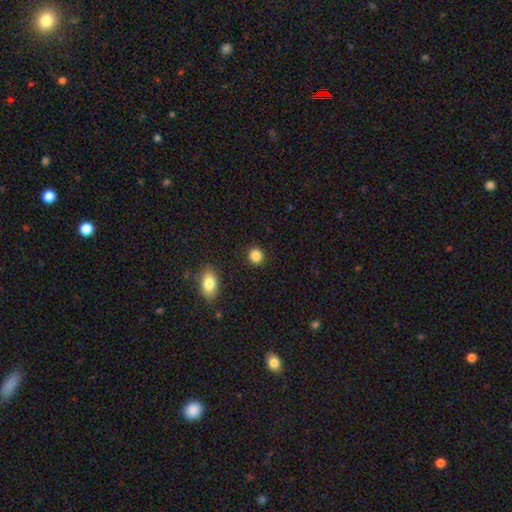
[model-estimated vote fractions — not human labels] Smooth or featured? smooth (87%)
How rounded? round (85%)
Merging? none (90%)